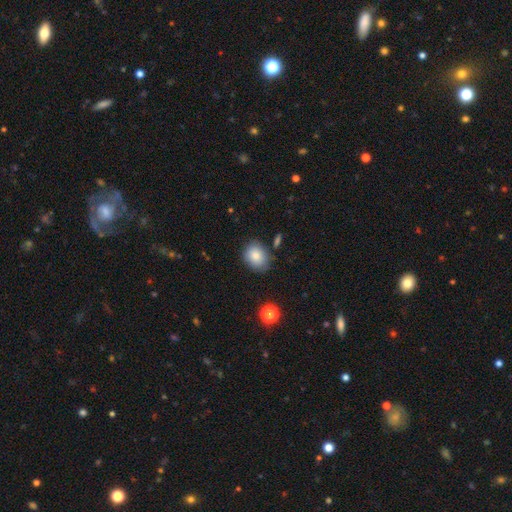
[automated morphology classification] smooth_or_featured: smooth (p=0.83) [alt: star or artifact p=0.08]
how_rounded: in between (p=0.51) [alt: round p=0.48]
merging: none (p=0.80) [alt: minor disturbance p=0.14]